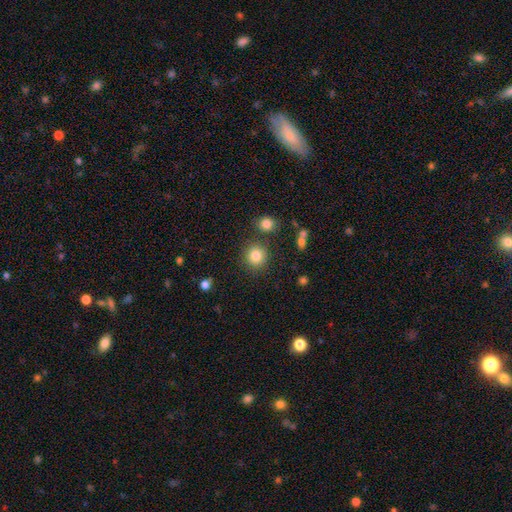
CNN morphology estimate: smooth-or-featured: smooth: 84% | star or artifact: 11% | featured or disk: 6%
  how-rounded: round: 91% | in between: 8% | cigar-shaped: 1%
  merging: none: 83% | minor disturbance: 8% | merger: 6% | major disturbance: 3%